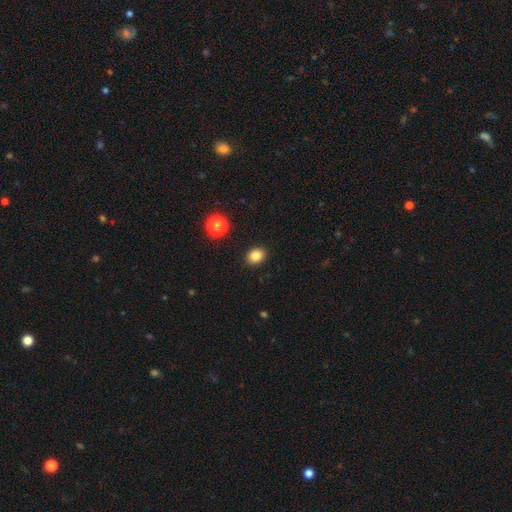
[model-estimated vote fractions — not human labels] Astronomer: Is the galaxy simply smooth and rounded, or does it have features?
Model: smooth — 85%.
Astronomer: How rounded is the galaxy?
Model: in between — 50% (runner-up: round, 49%).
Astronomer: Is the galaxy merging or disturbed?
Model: none — 90%.